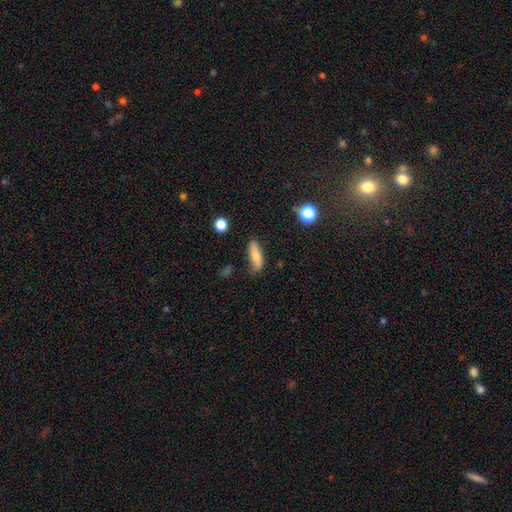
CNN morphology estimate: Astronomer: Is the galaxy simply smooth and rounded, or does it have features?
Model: smooth — 75%.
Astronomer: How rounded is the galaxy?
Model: in between — 52% (runner-up: cigar-shaped, 45%).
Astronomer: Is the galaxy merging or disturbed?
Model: none — 70%.